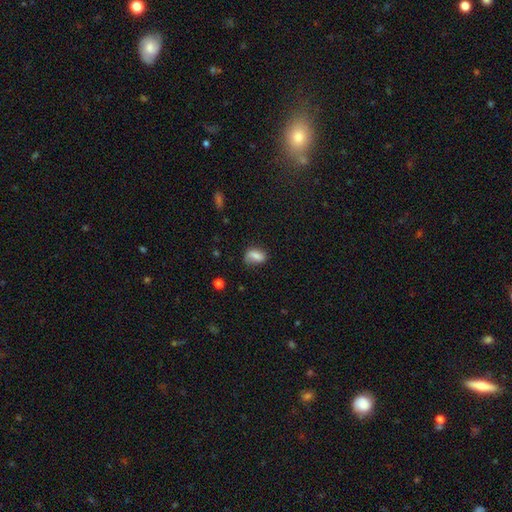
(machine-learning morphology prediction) smooth-or-featured: smooth: 74% | featured or disk: 16% | star or artifact: 10%
  how-rounded: in between: 83% | round: 13% | cigar-shaped: 5%
  merging: none: 52% | minor disturbance: 31% | major disturbance: 13% | merger: 4%